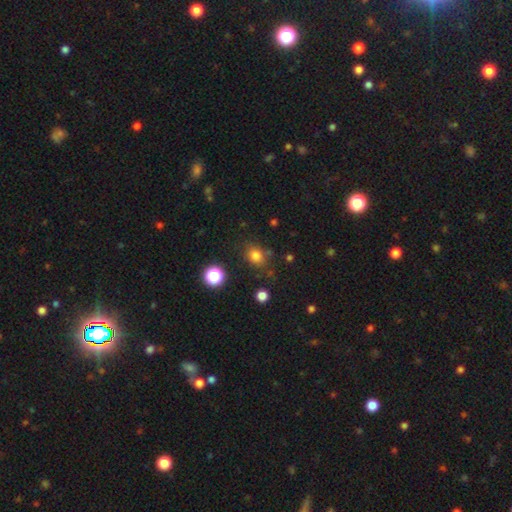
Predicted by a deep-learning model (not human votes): Smooth or featured: smooth — 78% (star or artifact — 16%)
How rounded: round — 60% (in between — 39%)
Merging: none — 77% (minor disturbance — 14%)